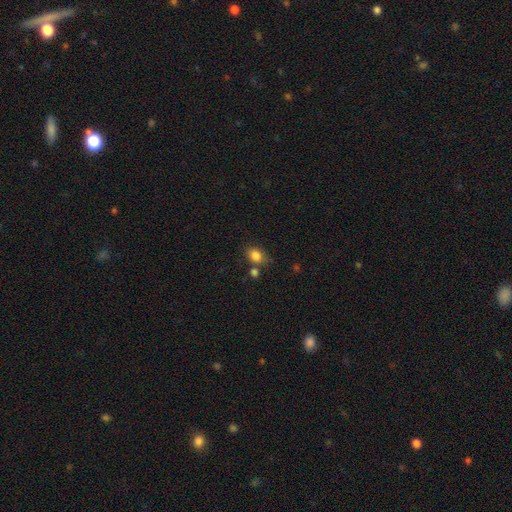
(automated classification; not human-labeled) A smooth galaxy with no disk features (83%) that is in between round and cigar-shaped (66%).

Vote fractions:
- Smooth or featured? smooth: 83% / star or artifact: 10% / featured or disk: 7%
- How rounded? in between: 66% / round: 32% / cigar-shaped: 1%
- Merging? none: 60% / minor disturbance: 18% / merger: 16% / major disturbance: 6%